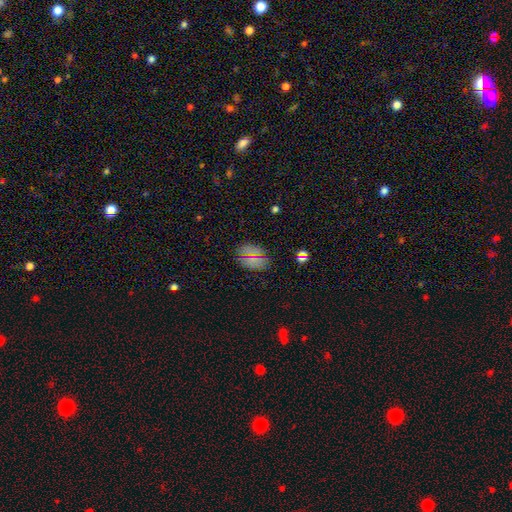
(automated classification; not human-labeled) Smooth or featured: smooth — 41% (star or artifact — 31%)
Merging: none — 72% (minor disturbance — 15%)